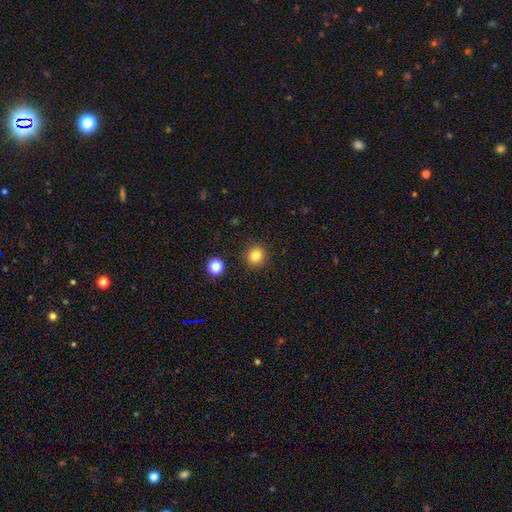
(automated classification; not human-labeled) The model was most divided on "smooth or featured": smooth: 82%, star or artifact: 13%, featured or disk: 5%. More confident: how rounded — round (91%); merging — none (90%).